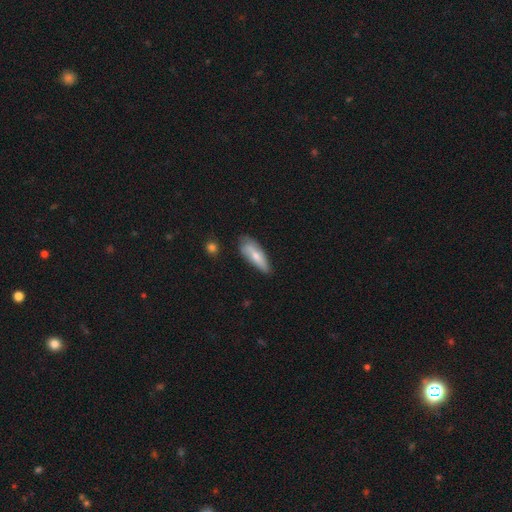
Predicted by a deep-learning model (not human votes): smooth_or_featured: smooth (p=0.64) [alt: featured or disk p=0.29]
how_rounded: in between (p=0.55) [alt: cigar-shaped p=0.43]
merging: none (p=0.63) [alt: minor disturbance p=0.28]